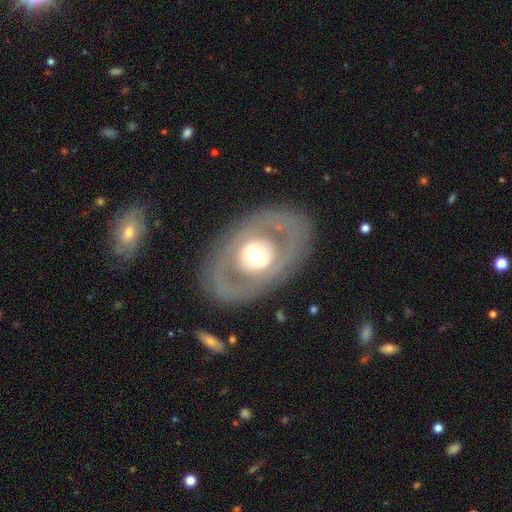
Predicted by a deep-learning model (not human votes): A featured or disk galaxy (65%) with no bar (80%), no spiral arms (84%) and a moderate central bulge (56%). Merging: none (81%).